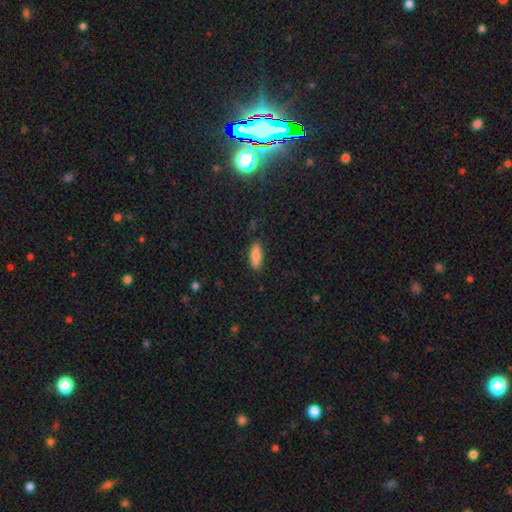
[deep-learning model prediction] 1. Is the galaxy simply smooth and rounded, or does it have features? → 87% smooth, 7% star or artifact, 6% featured or disk.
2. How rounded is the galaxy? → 71% in between, 27% cigar-shaped, 2% round.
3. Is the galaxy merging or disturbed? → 86% none, 10% minor disturbance, 2% major disturbance, 1% merger.